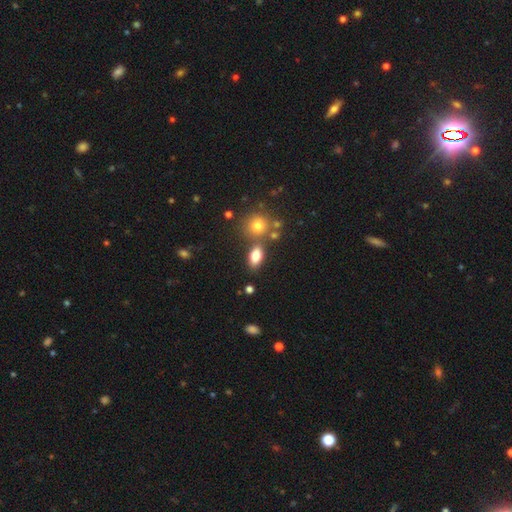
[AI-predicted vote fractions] Smooth or featured? smooth (80%)
How rounded? in between (83%)
Merging? none (69%)